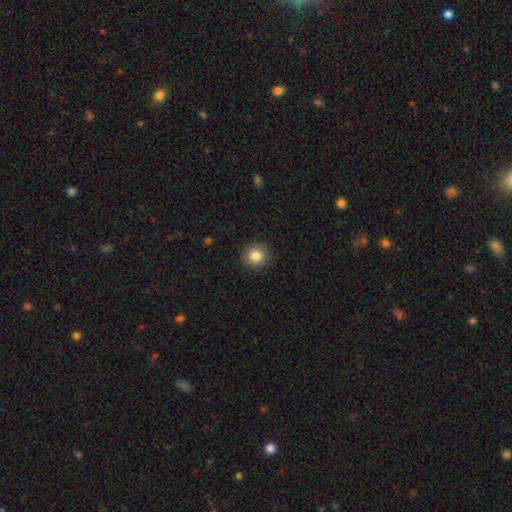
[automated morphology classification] smooth 84%, star or artifact 10%, featured or disk 6%. Down the decision tree: how rounded — round (92%); merging — none (91%).